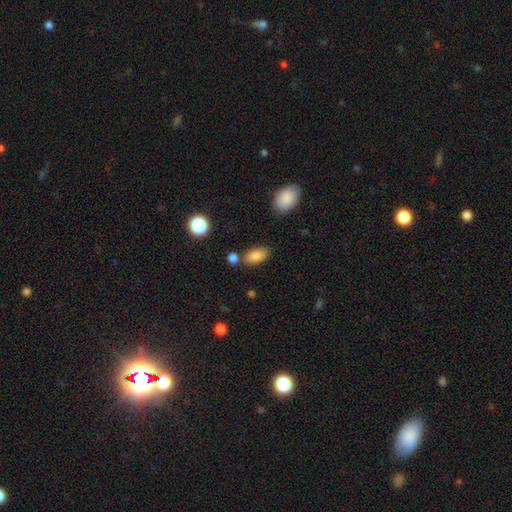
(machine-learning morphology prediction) This appears to be a smooth galaxy with no disk features (84%) that is in between round and cigar-shaped (90%). Merging: none (73%).